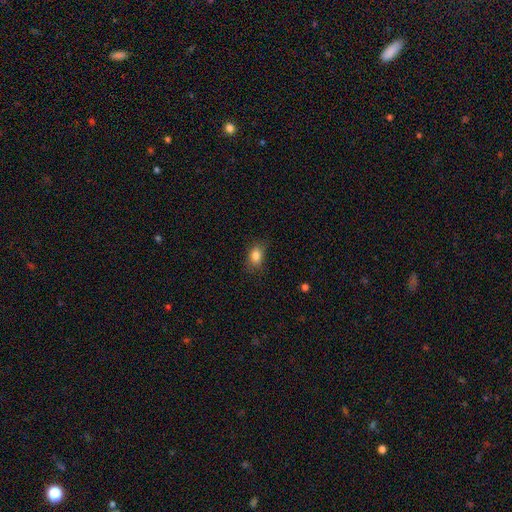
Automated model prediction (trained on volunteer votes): Morphology: type=smooth (84%); roundness=in between (77%); merging=none (79%).